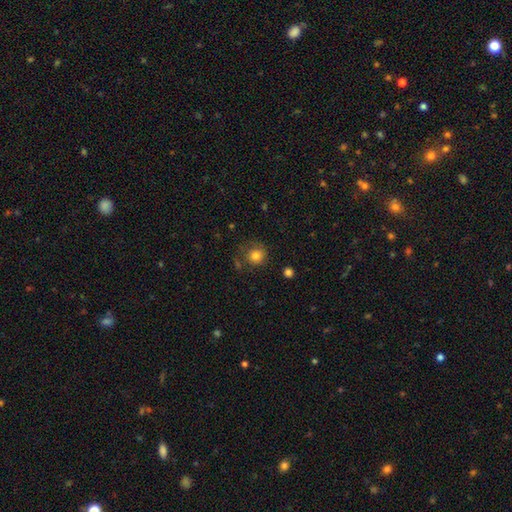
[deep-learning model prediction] Q: Smooth or featured?
A: smooth (82%); runner-up: star or artifact (11%)
Q: How rounded?
A: round (88%); runner-up: in between (11%)
Q: Merging?
A: none (69%); runner-up: minor disturbance (18%)